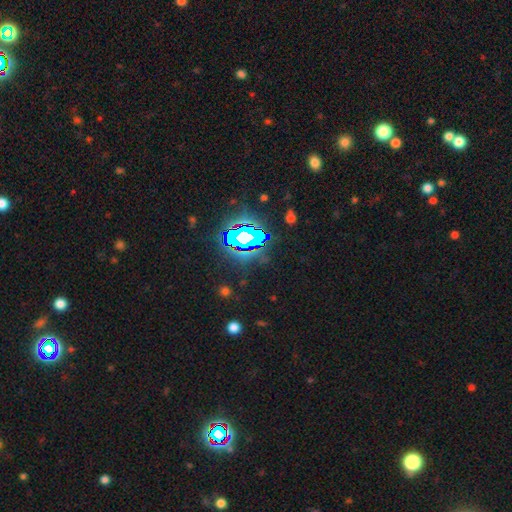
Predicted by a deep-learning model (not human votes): Smooth or featured: star or artifact — 84% (smooth — 10%)